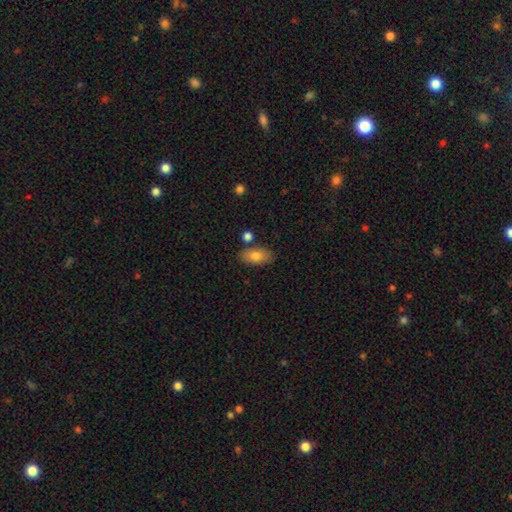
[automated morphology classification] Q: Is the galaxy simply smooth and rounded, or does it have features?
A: smooth — 79%.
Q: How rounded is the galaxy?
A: in between — 91%.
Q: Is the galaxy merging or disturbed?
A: none — 78%.